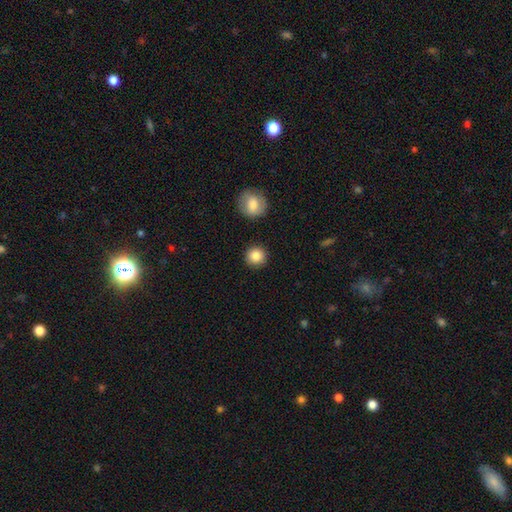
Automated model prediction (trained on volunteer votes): This is clearly a smooth galaxy (87%). How rounded: clearly round (94%). Merging: clearly none (90%).